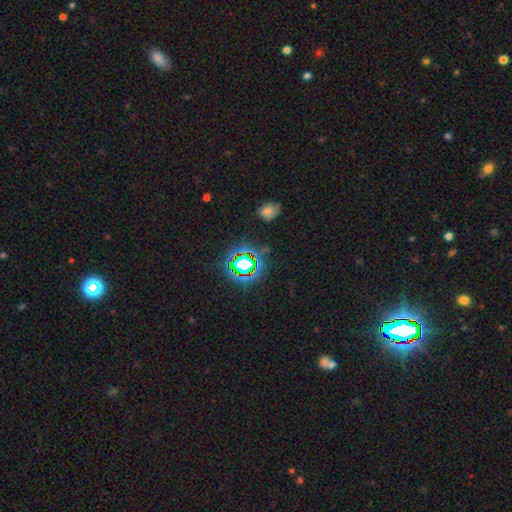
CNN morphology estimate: Smooth or featured? star or artifact (76%)